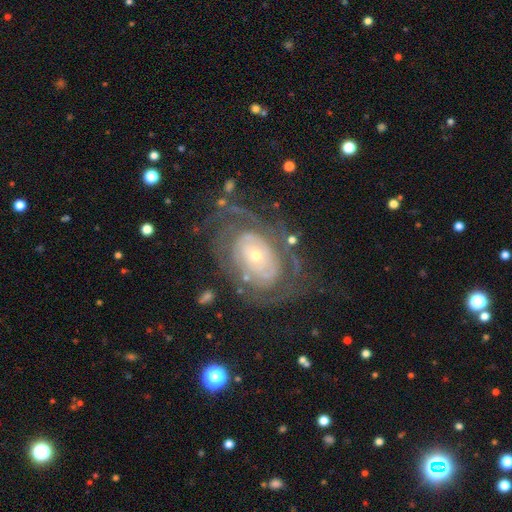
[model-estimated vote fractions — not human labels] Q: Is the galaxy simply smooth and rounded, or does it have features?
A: featured or disk — 82%.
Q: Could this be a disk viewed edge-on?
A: no — 96%.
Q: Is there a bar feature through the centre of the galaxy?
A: no — 79%.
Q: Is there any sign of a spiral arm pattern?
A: yes — 80%.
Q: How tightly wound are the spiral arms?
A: tight — 71%.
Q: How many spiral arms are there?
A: can't tell — 48%.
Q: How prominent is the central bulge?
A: small — 61%.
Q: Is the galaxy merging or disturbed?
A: none — 63%.